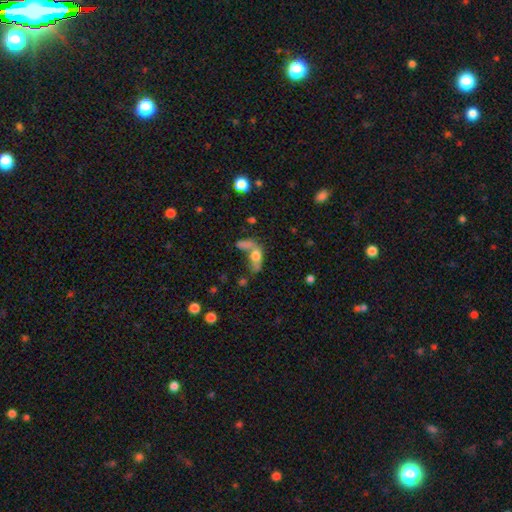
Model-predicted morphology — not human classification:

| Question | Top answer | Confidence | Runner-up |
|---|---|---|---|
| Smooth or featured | smooth | 62% | featured or disk (25%) |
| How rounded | in between | 73% | round (14%) |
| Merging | merger | 46% | none (22%) |